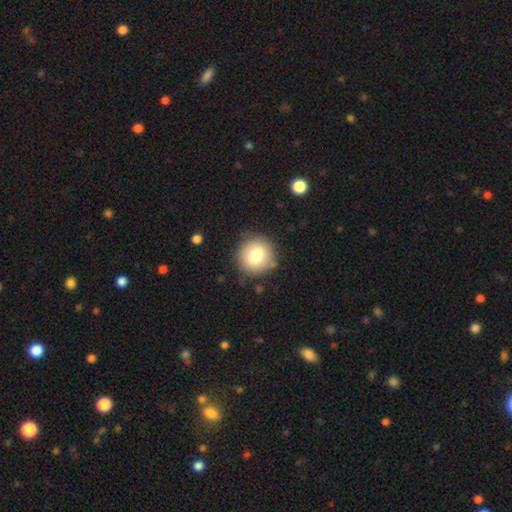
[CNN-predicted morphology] Smooth or featured: smooth — 78% (featured or disk — 13%)
How rounded: round — 90% (in between — 9%)
Merging: none — 84% (minor disturbance — 11%)